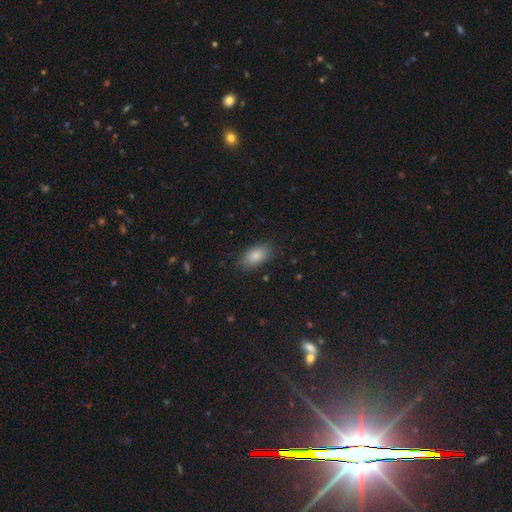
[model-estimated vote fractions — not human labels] This is clearly a smooth galaxy (84%). How rounded: clearly in between (91%). Merging: clearly none (84%).